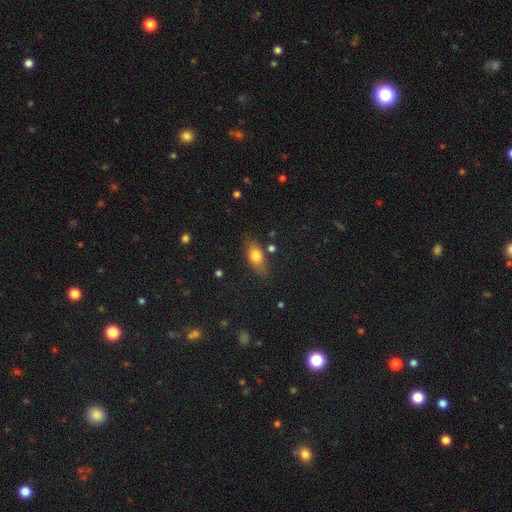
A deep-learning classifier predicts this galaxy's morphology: Q: Smooth or featured?
A: smooth (73%); runner-up: featured or disk (17%)
Q: How rounded?
A: in between (79%); runner-up: cigar-shaped (13%)
Q: Merging?
A: none (75%); runner-up: minor disturbance (17%)